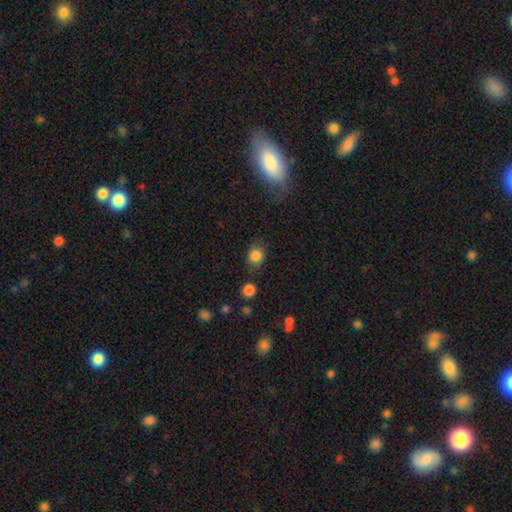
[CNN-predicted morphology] Smooth or featured?
  - smooth: 84% *
  - star or artifact: 10%
  - featured or disk: 6%
How rounded?
  - round: 55% *
  - in between: 44%
  - cigar-shaped: 1%
Merging?
  - none: 73% *
  - minor disturbance: 17%
  - major disturbance: 5%
  - merger: 4%